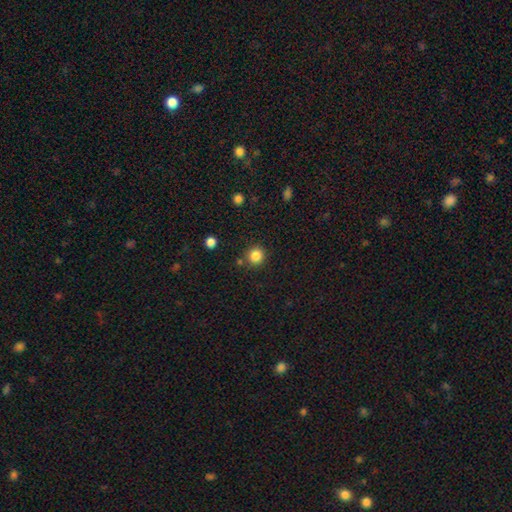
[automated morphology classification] smooth 85%, star or artifact 11%, featured or disk 4%. Down the decision tree: how rounded — round (93%); merging — none (85%).